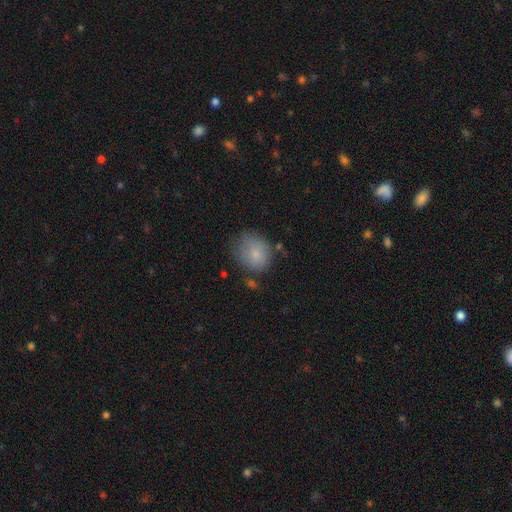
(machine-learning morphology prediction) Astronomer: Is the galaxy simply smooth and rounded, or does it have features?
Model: smooth — 79%.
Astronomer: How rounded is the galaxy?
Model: round — 66%.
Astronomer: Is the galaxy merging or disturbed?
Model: none — 59%.